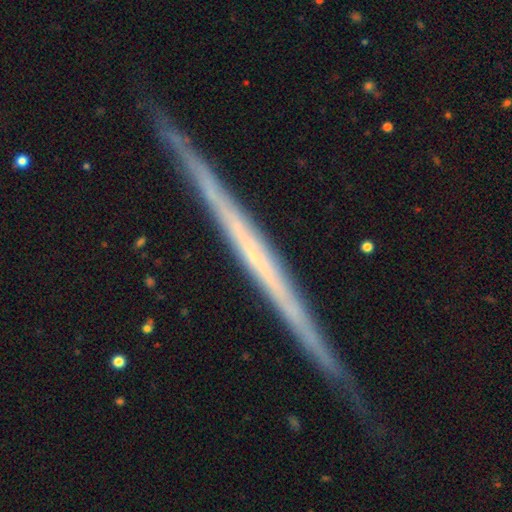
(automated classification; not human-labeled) Morphology: type=featured or disk (75%); edge-on=yes (97%); edge-on bulge=none (88%); merging=none (88%).